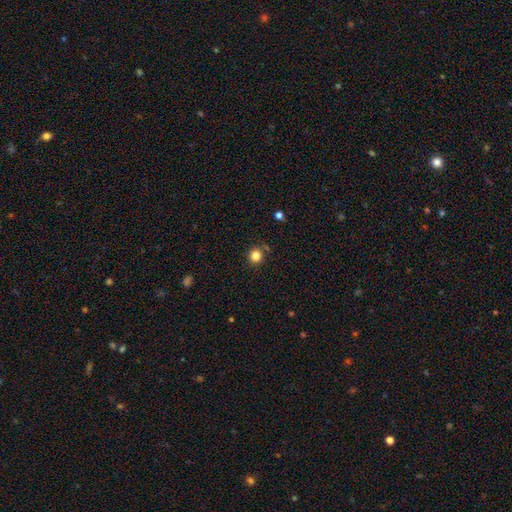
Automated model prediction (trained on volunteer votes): This appears to be a smooth galaxy with no disk features (83%) that is round (92%). Merging: none (85%).